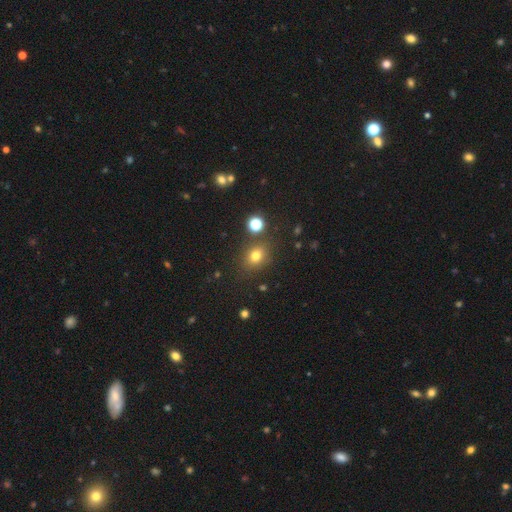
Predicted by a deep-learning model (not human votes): This is likely a smooth galaxy (74%). How rounded: likely round (63%). Merging: clearly none (80%).